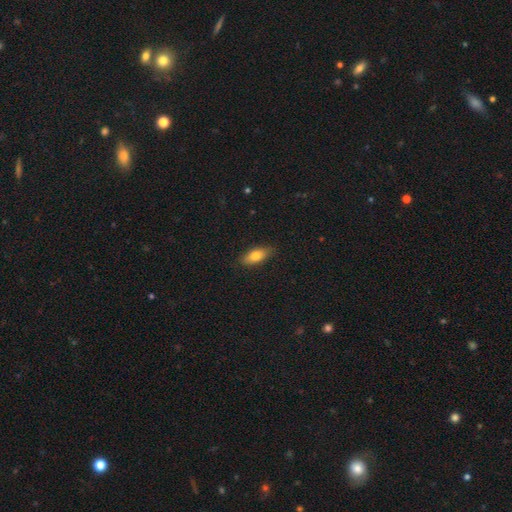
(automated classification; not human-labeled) A smooth galaxy with no disk features (77%) that is in between round and cigar-shaped (78%). Merging: none (86%).